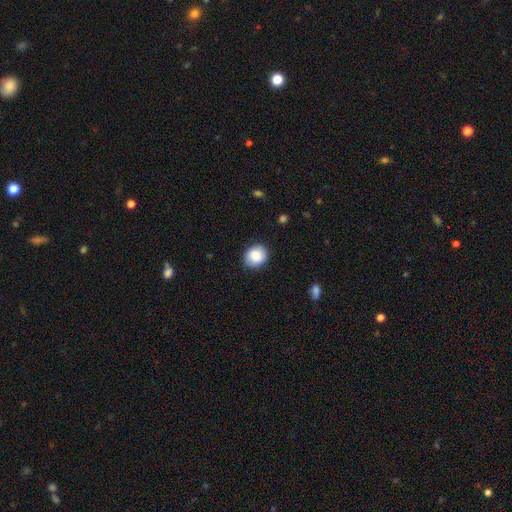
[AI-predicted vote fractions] Smooth or featured?
  - smooth: 87% *
  - star or artifact: 7%
  - featured or disk: 5%
How rounded?
  - round: 64% *
  - in between: 35%
  - cigar-shaped: 1%
Merging?
  - none: 86% *
  - minor disturbance: 11%
  - major disturbance: 2%
  - merger: 1%